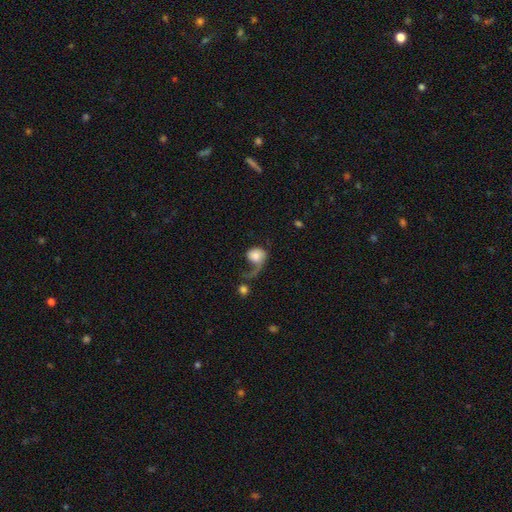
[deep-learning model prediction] Morphology: type=smooth (51%); roundness=round (56%); merging=major disturbance (52%).